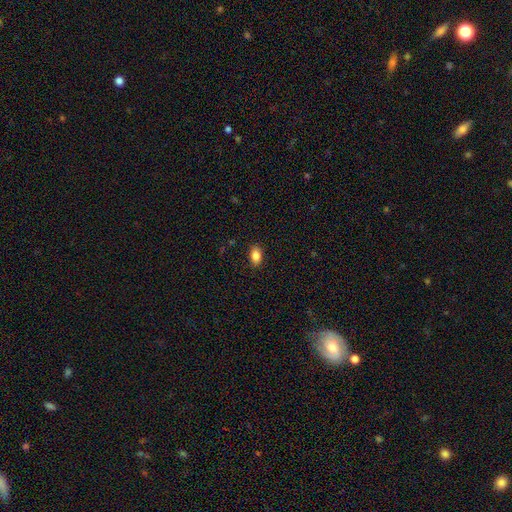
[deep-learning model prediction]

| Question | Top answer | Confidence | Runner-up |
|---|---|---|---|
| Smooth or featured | smooth | 85% | star or artifact (9%) |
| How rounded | in between | 85% | round (13%) |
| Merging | none | 88% | minor disturbance (9%) |